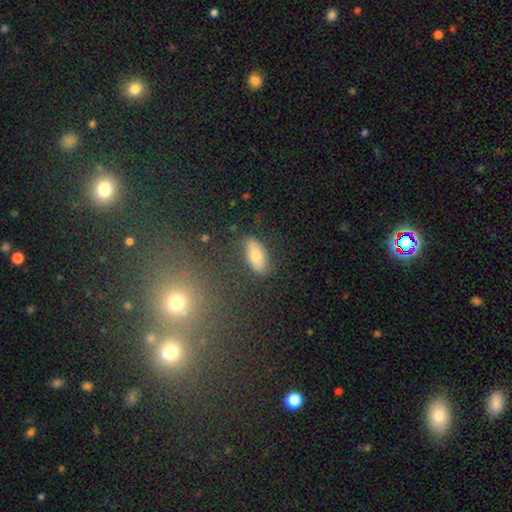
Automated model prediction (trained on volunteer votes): A smooth galaxy with no disk features (62%) that is in between round and cigar-shaped (83%). Merging: none (82%).